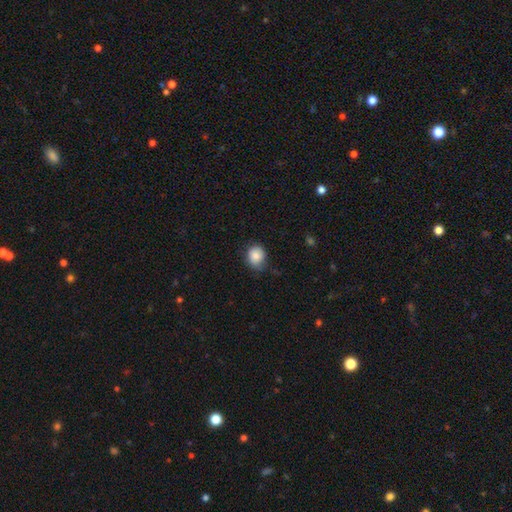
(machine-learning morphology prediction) A smooth galaxy with no disk features (85%) that is round (65%).

Vote fractions:
- Smooth or featured? smooth: 85% / star or artifact: 8% / featured or disk: 7%
- How rounded? round: 65% / in between: 34% / cigar-shaped: 1%
- Merging? none: 65% / minor disturbance: 27% / major disturbance: 6% / merger: 1%